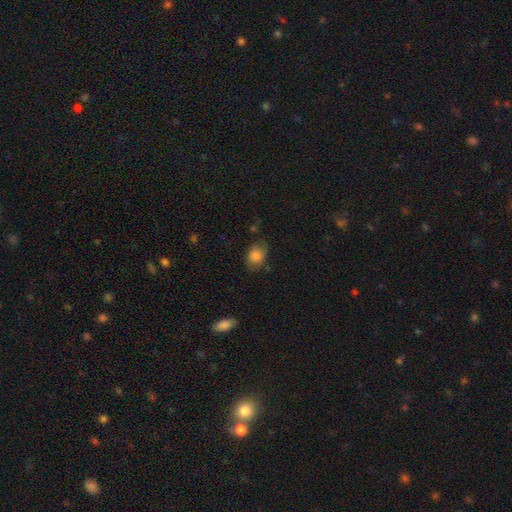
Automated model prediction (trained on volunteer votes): smooth_or_featured: smooth (p=0.84) [alt: star or artifact p=0.09]
how_rounded: in between (p=0.64) [alt: round p=0.35]
merging: none (p=0.70) [alt: minor disturbance p=0.22]